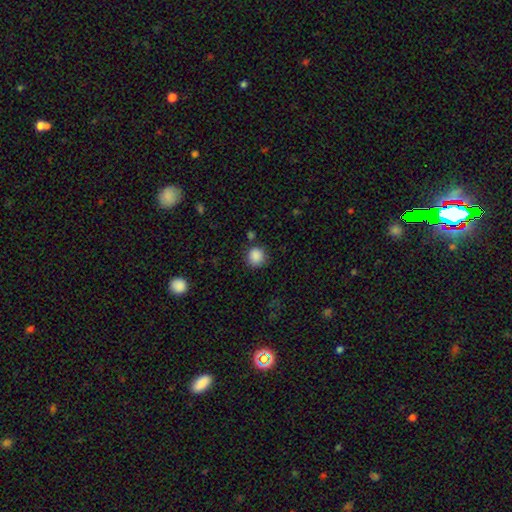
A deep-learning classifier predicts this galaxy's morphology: A smooth galaxy with no disk features (87%) that is round (88%).

Vote fractions:
- Smooth or featured? smooth: 87% / star or artifact: 10% / featured or disk: 3%
- How rounded? round: 88% / in between: 11% / cigar-shaped: 1%
- Merging? none: 81% / minor disturbance: 12% / merger: 4% / major disturbance: 3%